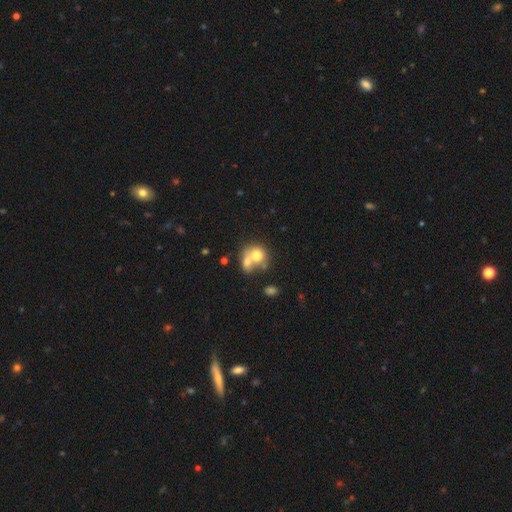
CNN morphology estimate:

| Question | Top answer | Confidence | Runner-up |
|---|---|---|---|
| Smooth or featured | smooth | 69% | featured or disk (22%) |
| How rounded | round | 66% | in between (33%) |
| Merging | merger | 63% | none (24%) |